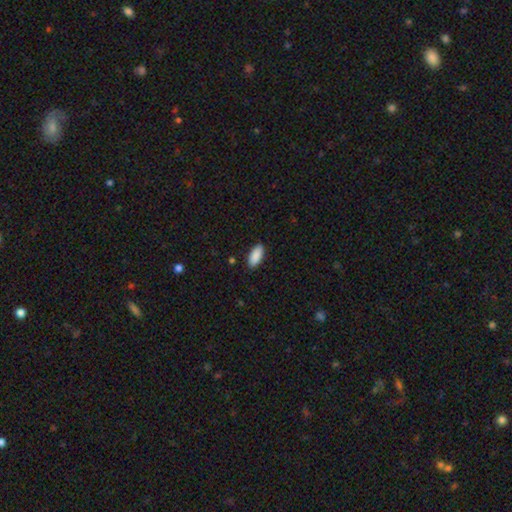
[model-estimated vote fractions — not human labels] Smooth or featured? smooth (90%)
How rounded? in between (88%)
Merging? none (89%)